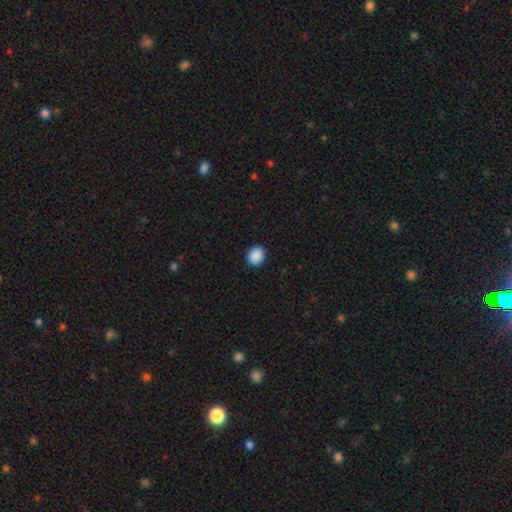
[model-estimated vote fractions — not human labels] A smooth galaxy with no disk features (90%) that is round (63%). Merging: none (91%).